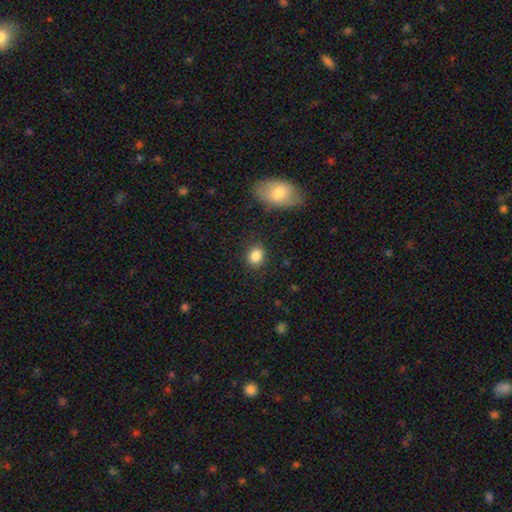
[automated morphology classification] Q: Smooth or featured?
A: smooth (85%); runner-up: star or artifact (9%)
Q: How rounded?
A: round (58%); runner-up: in between (41%)
Q: Merging?
A: none (86%); runner-up: minor disturbance (9%)